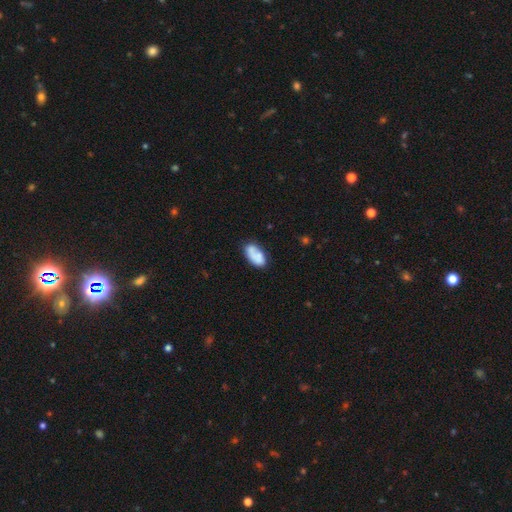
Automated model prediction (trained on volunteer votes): smooth 72%, featured or disk 21%, star or artifact 7%. Down the decision tree: how rounded — in between (92%); merging — none (57%).